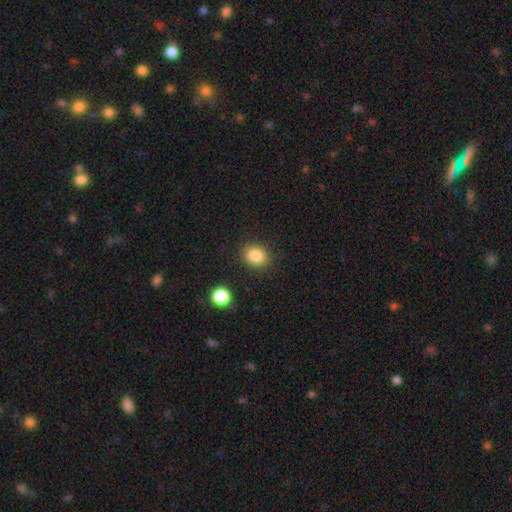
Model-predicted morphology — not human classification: Overall: smooth (85%). How rounded: round (60%; in between 40%). Merging: none (87%).